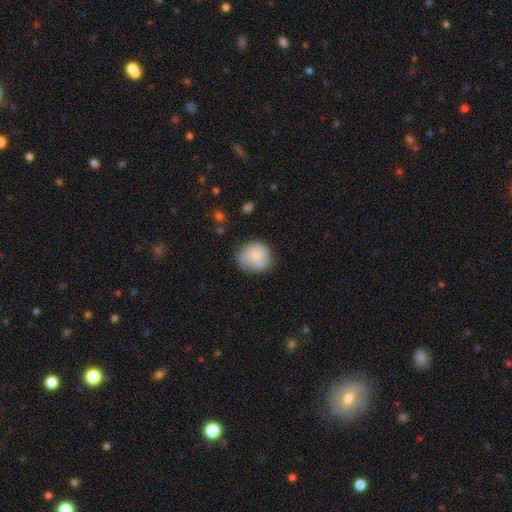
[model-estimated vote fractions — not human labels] This is likely a smooth galaxy (73%). How rounded: clearly round (84%). Merging: likely none (61%).